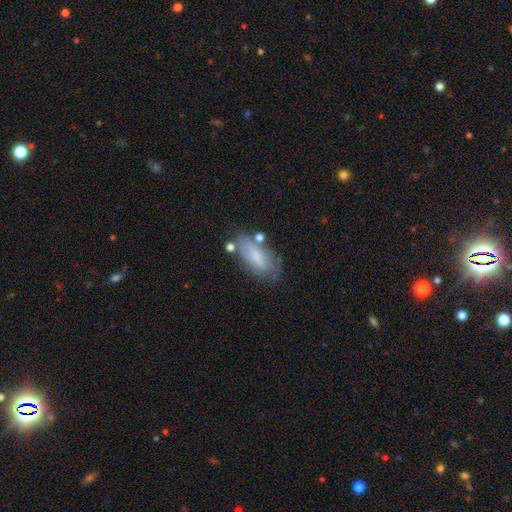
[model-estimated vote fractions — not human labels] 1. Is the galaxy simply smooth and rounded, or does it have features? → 64% smooth, 28% featured or disk, 8% star or artifact.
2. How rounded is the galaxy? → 77% in between, 20% cigar-shaped, 3% round.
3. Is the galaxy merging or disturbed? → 62% none, 22% minor disturbance, 8% major disturbance, 8% merger.